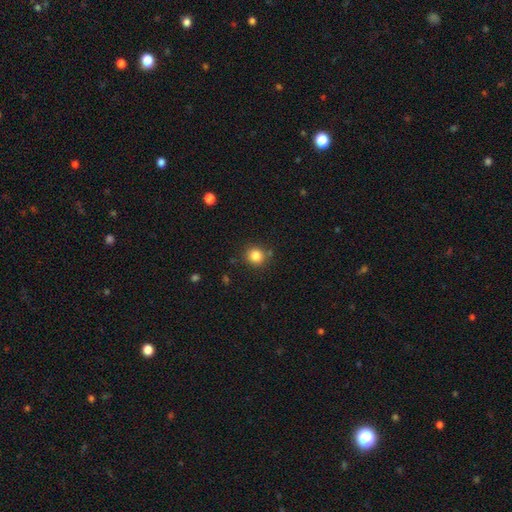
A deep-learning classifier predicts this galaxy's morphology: This is clearly a smooth galaxy (84%). How rounded: clearly round (88%). Merging: clearly none (83%).